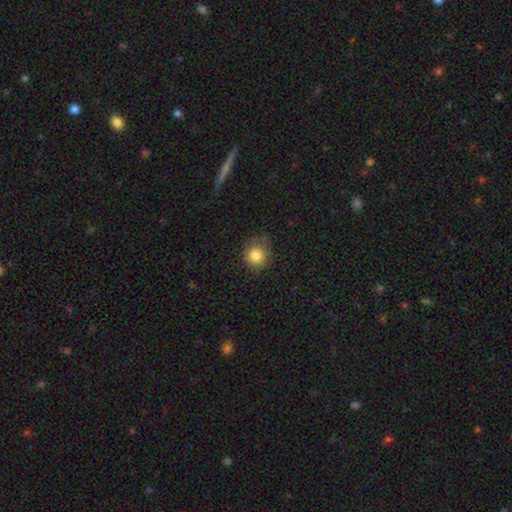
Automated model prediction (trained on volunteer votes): Morphology: type=smooth (81%); roundness=round (84%); merging=none (65%).